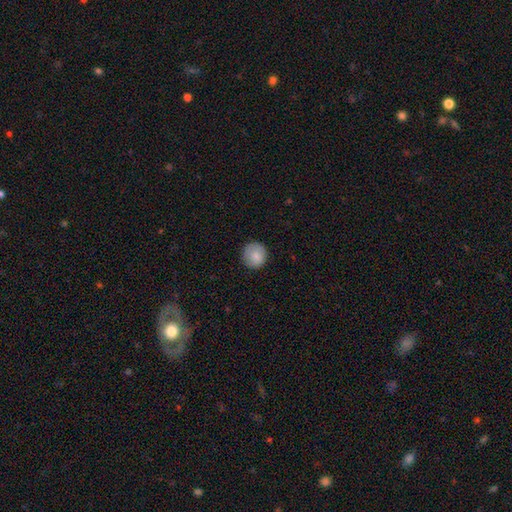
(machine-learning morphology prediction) A smooth galaxy with no disk features (85%) that is round (94%). Merging: none (87%).